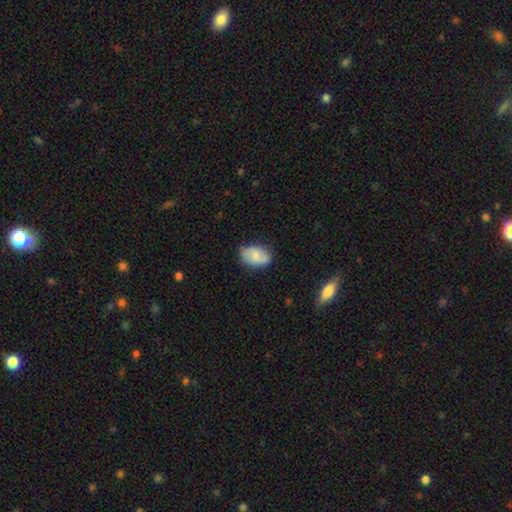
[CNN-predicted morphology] This appears to be a smooth galaxy with no disk features (61%) that is in between round and cigar-shaped (83%). Merging: none (71%).